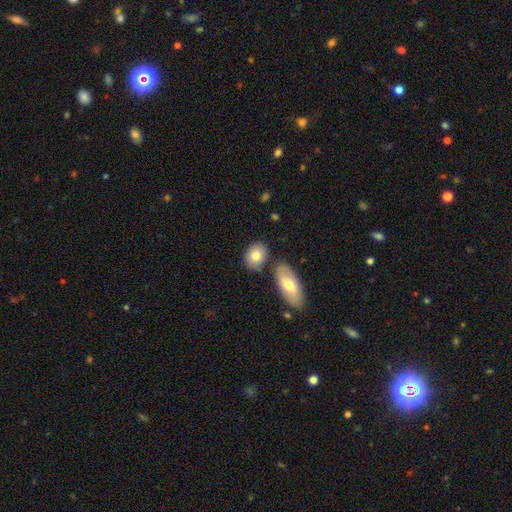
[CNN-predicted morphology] Q: Smooth or featured?
A: smooth (80%); runner-up: featured or disk (13%)
Q: How rounded?
A: in between (74%); runner-up: round (24%)
Q: Merging?
A: none (72%); runner-up: merger (13%)